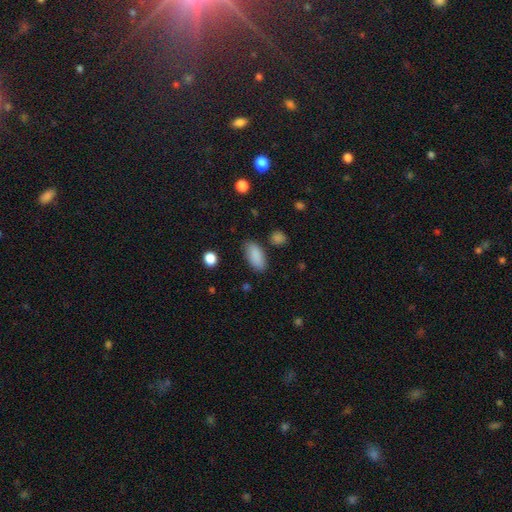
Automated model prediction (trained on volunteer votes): Q: Smooth or featured?
A: smooth (88%); runner-up: star or artifact (7%)
Q: How rounded?
A: in between (90%); runner-up: cigar-shaped (7%)
Q: Merging?
A: none (81%); runner-up: minor disturbance (13%)